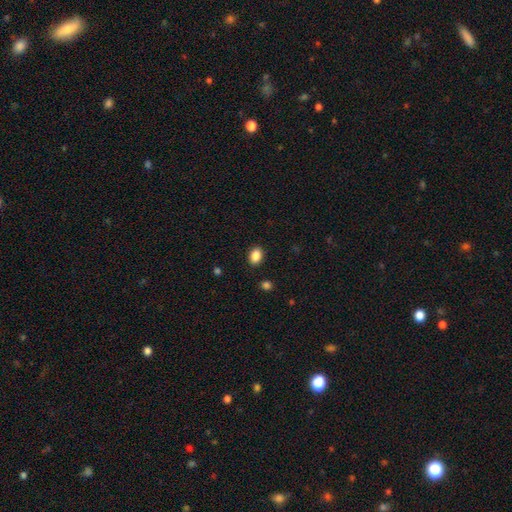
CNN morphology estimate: Smooth or featured?
  - smooth: 88% *
  - star or artifact: 8%
  - featured or disk: 4%
How rounded?
  - in between: 81% *
  - round: 18%
  - cigar-shaped: 1%
Merging?
  - none: 89% *
  - minor disturbance: 8%
  - major disturbance: 2%
  - merger: 1%